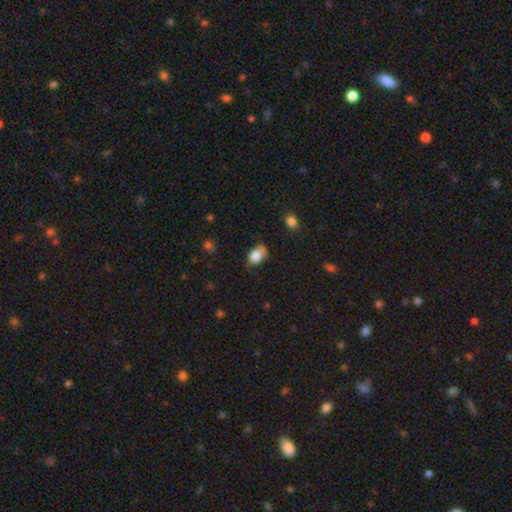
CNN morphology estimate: smooth-or-featured: smooth: 78% | featured or disk: 13% | star or artifact: 9%
  how-rounded: in between: 74% | round: 25% | cigar-shaped: 1%
  merging: none: 48% | minor disturbance: 35% | major disturbance: 13% | merger: 5%